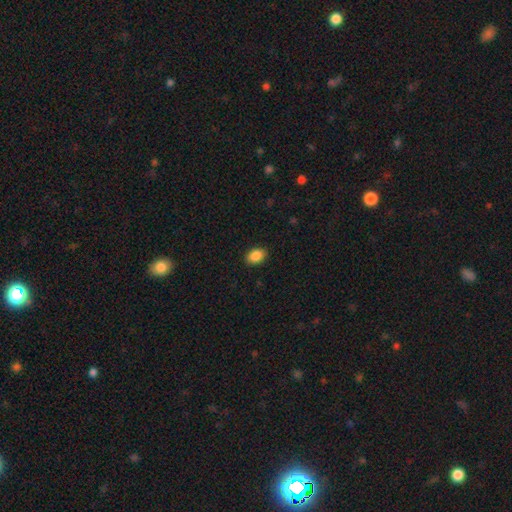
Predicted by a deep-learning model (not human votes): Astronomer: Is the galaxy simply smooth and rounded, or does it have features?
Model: smooth — 89%.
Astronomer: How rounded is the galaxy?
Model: in between — 79%.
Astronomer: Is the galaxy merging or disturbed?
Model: none — 88%.